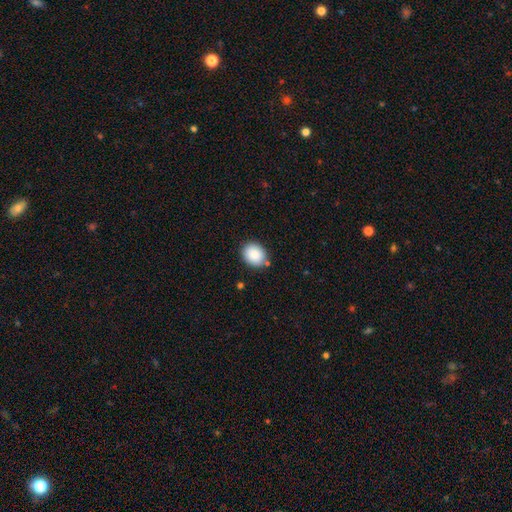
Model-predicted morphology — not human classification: Smooth or featured? Predicted: smooth (p=0.87). How rounded? Predicted: round (p=0.59). Merging? Predicted: none (p=0.83).